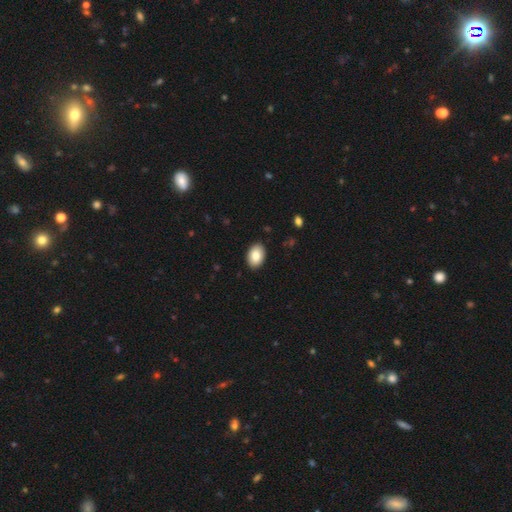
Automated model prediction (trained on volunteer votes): Smooth or featured? smooth (85%)
How rounded? in between (86%)
Merging? none (90%)